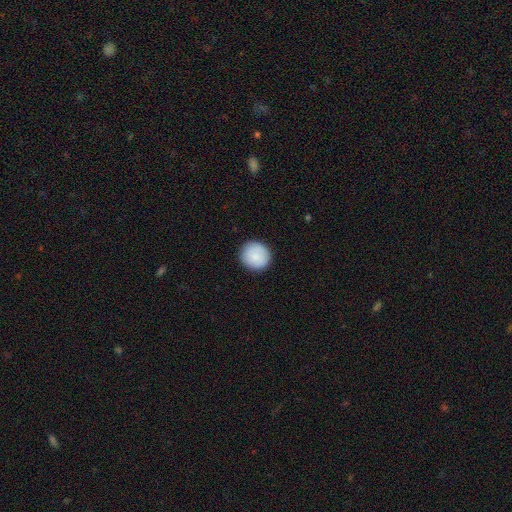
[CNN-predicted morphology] Q: Smooth or featured?
A: smooth (87%); runner-up: star or artifact (7%)
Q: How rounded?
A: round (93%); runner-up: in between (6%)
Q: Merging?
A: none (91%); runner-up: minor disturbance (7%)